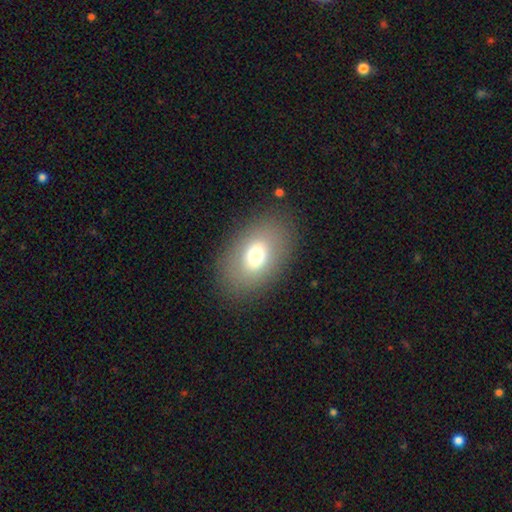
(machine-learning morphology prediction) This appears to be a smooth galaxy with no disk features (68%) that is in between round and cigar-shaped (82%). Merging: none (84%).